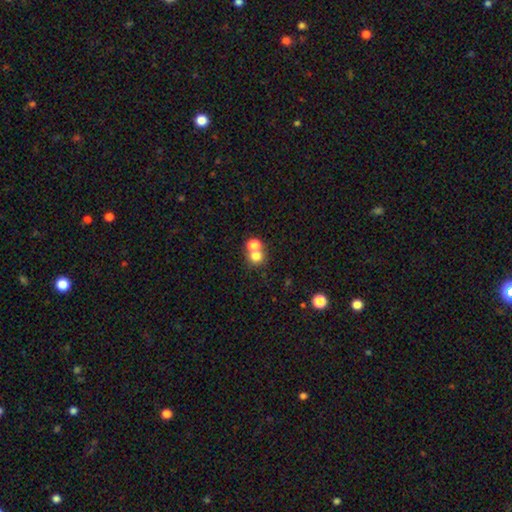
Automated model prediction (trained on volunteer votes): Smooth or featured: smooth — 75% (star or artifact — 14%)
How rounded: round — 82% (in between — 17%)
Merging: merger — 50% (none — 41%)